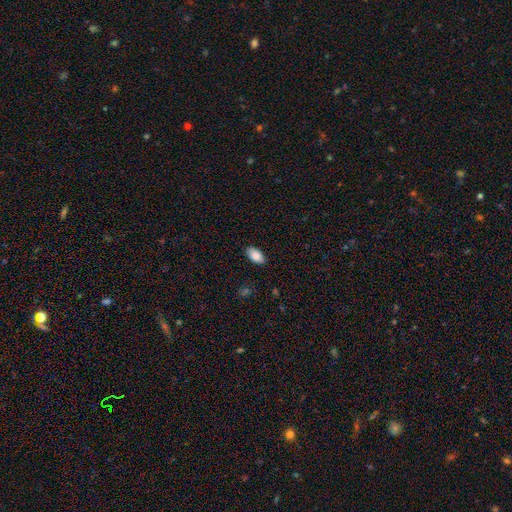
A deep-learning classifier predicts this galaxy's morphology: Overall: smooth (87%). How rounded: in between (94%). Merging: none (86%).